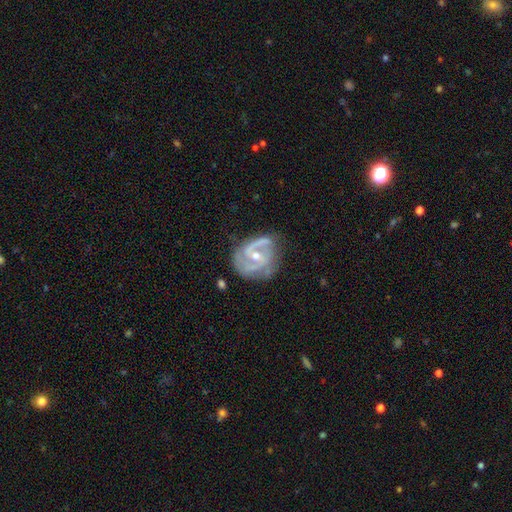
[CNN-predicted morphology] Q: Smooth or featured?
A: featured or disk (87%); runner-up: smooth (7%)
Q: Edge-on disk?
A: no (97%); runner-up: yes (3%)
Q: Bar?
A: weak (42%); runner-up: no (39%)
Q: Spiral arms?
A: yes (94%); runner-up: no (6%)
Q: Spiral winding?
A: medium (46%); runner-up: tight (38%)
Q: Spiral arm count?
A: 2 (62%); runner-up: 3 (14%)
Q: Bulge size?
A: moderate (51%); runner-up: small (46%)
Q: Merging?
A: none (60%); runner-up: minor disturbance (25%)